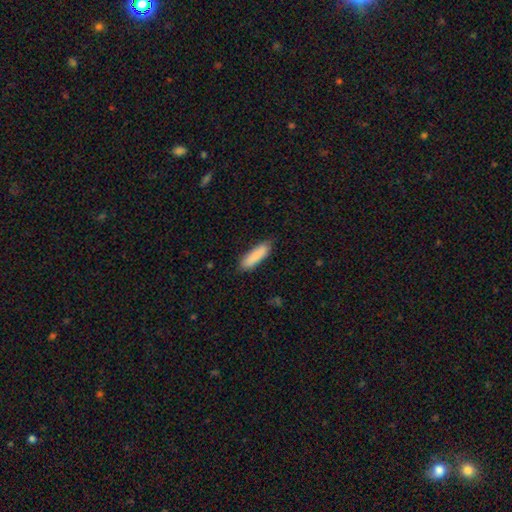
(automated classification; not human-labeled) Overall: smooth (87%). How rounded: cigar-shaped (61%; in between 37%). Merging: none (84%).